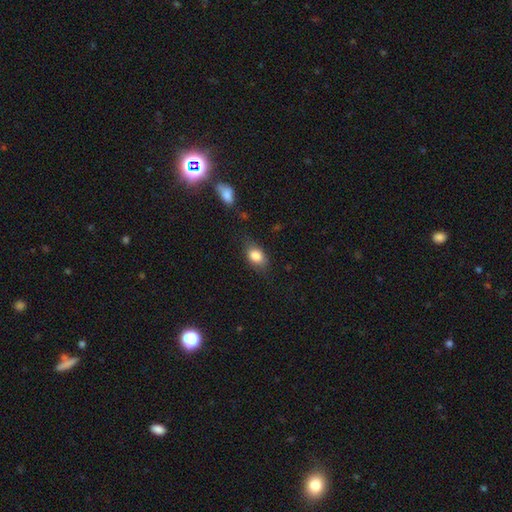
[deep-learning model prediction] A smooth galaxy with no disk features (83%) that is in between round and cigar-shaped (80%). Merging: none (73%).